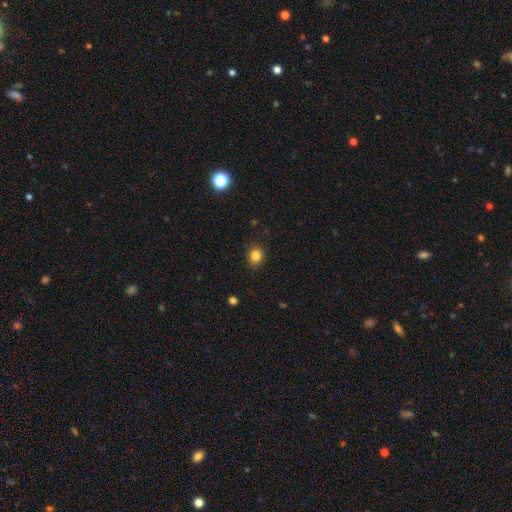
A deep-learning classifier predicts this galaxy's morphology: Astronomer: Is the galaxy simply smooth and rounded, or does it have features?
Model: smooth — 84%.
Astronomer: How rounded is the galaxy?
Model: round — 75%.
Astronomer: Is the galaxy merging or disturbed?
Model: none — 89%.